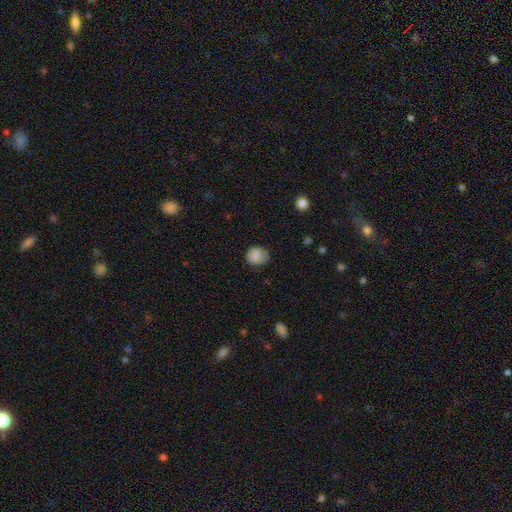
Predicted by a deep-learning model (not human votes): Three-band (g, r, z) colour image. It shows a smooth galaxy with no disk features (85%) that is round (74%). Merging: none (71%).